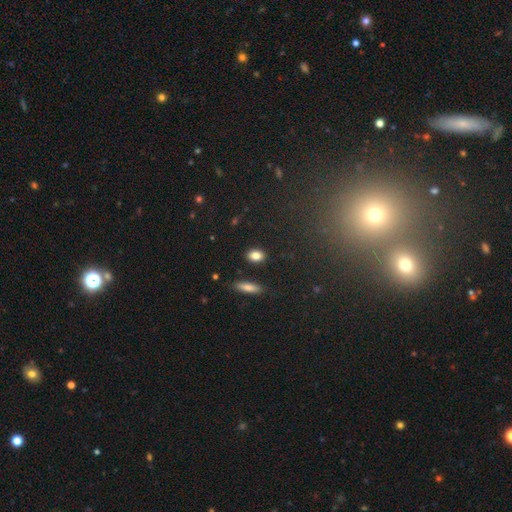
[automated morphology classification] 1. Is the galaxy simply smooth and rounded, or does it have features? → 84% smooth, 9% star or artifact, 7% featured or disk.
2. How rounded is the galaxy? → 77% in between, 18% round, 4% cigar-shaped.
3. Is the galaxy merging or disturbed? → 86% none, 9% minor disturbance, 3% merger, 2% major disturbance.